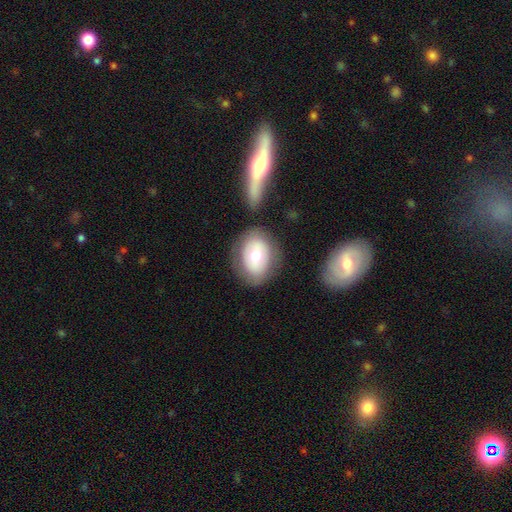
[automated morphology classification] Q: Smooth or featured?
A: smooth (61%); runner-up: featured or disk (32%)
Q: How rounded?
A: in between (66%); runner-up: round (33%)
Q: Merging?
A: none (73%); runner-up: minor disturbance (14%)